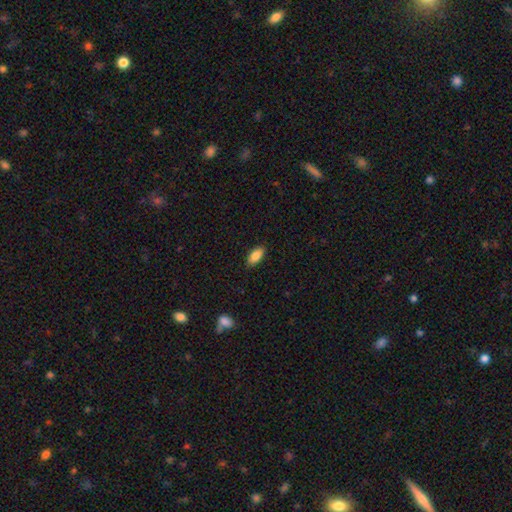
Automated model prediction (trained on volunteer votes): This appears to be a smooth galaxy with no disk features (85%) that is in between round and cigar-shaped (88%). Merging: none (88%).